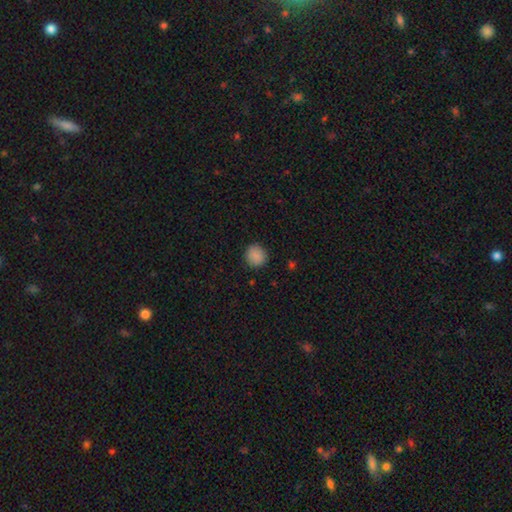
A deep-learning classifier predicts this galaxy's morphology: Smooth or featured? Predicted: smooth (p=0.88). How rounded? Predicted: round (p=0.89). Merging? Predicted: none (p=0.89).